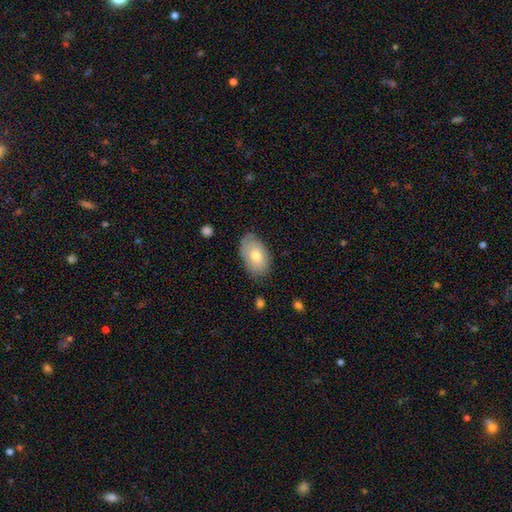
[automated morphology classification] Overall: smooth (67%). How rounded: in between (92%). Merging: none (74%).